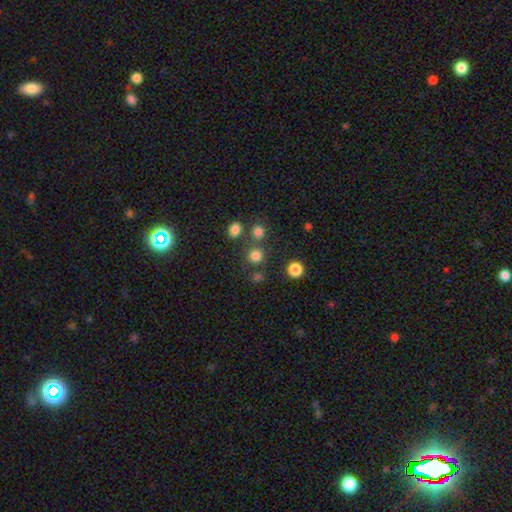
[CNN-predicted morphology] Smooth or featured? smooth (78%)
How rounded? round (89%)
Merging? none (74%)